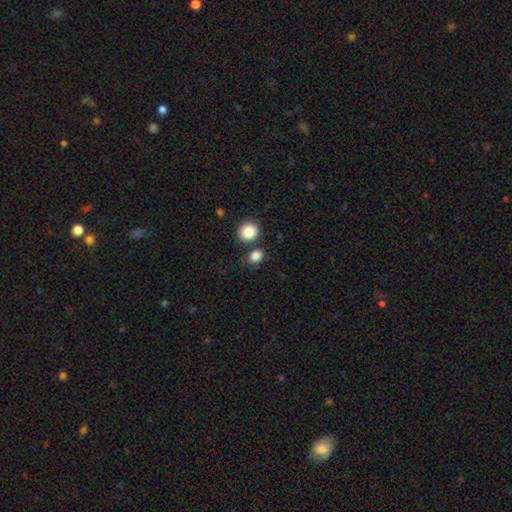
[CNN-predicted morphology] This appears to be a smooth galaxy with no disk features (85%) that is round (69%). Merging: none (73%).